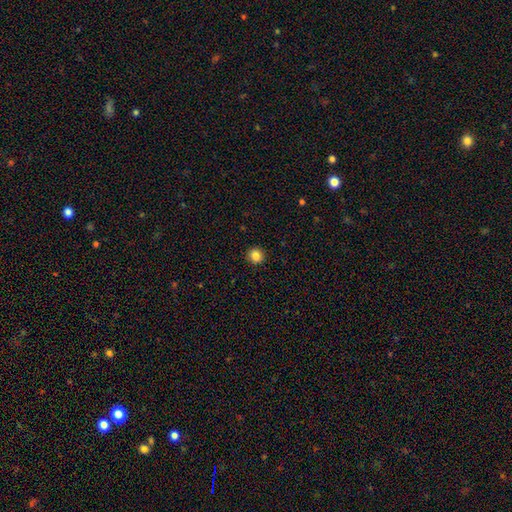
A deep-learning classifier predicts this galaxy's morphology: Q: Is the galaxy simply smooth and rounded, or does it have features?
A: smooth — 84%.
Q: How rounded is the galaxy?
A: round — 93%.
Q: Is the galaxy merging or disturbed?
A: none — 93%.